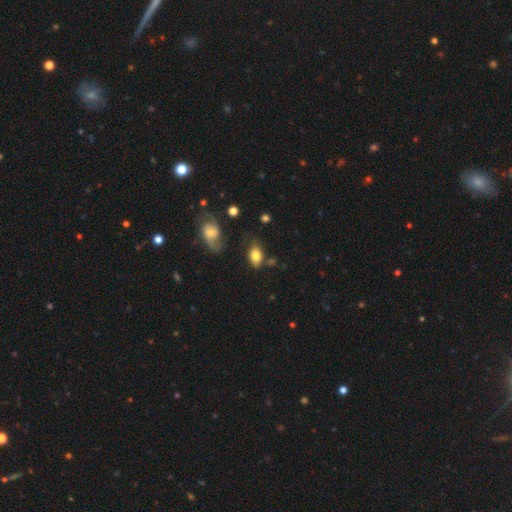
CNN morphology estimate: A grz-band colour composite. It shows a smooth galaxy with no disk features (78%) that is in between round and cigar-shaped (87%). Merging: none (57%).